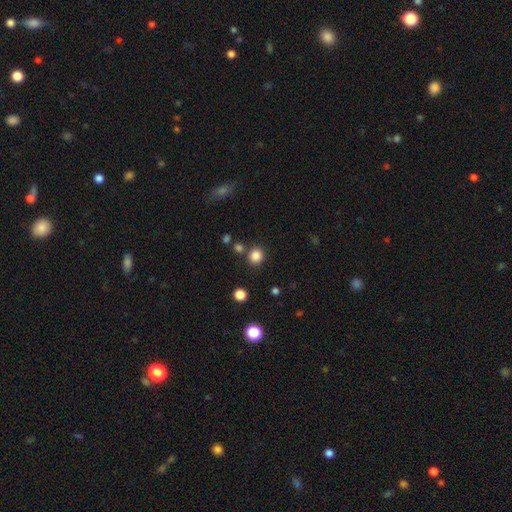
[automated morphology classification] The model was most divided on "smooth or featured": smooth: 84%, star or artifact: 12%, featured or disk: 4%. More confident: how rounded — round (88%); merging — none (82%).